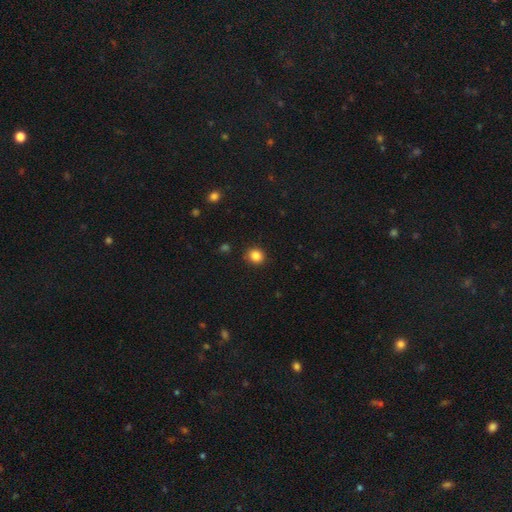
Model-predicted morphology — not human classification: Overall: smooth (85%). How rounded: round (83%). Merging: none (91%).